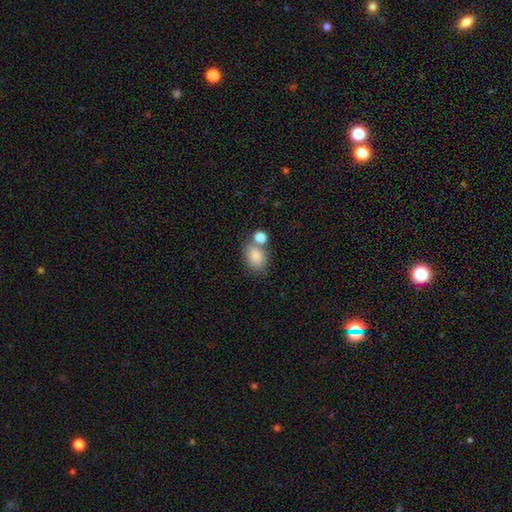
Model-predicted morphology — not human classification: Smooth or featured: smooth — 83% (featured or disk — 8%)
How rounded: in between — 75% (round — 23%)
Merging: none — 51% (merger — 30%)